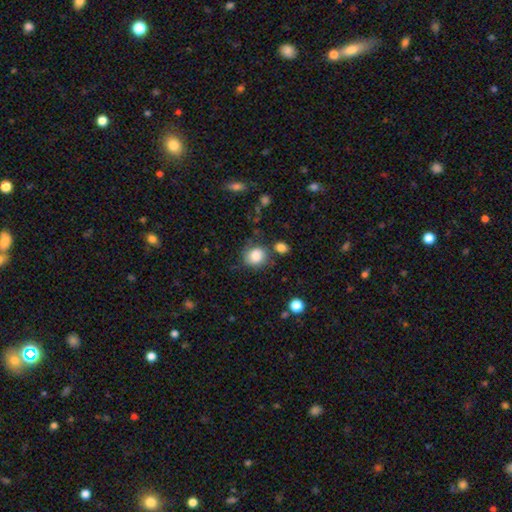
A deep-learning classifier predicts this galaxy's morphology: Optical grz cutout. It shows a smooth galaxy with no disk features (85%) that is round (72%). Merging: none (67%).